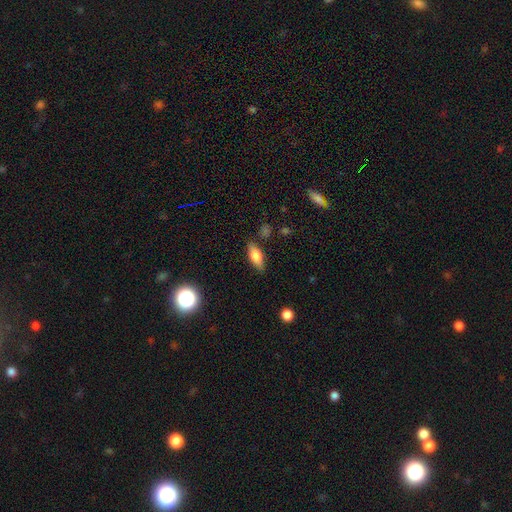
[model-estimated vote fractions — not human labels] smooth-or-featured: smooth: 70% | featured or disk: 22% | star or artifact: 8%
  how-rounded: in between: 72% | cigar-shaped: 24% | round: 4%
  merging: none: 83% | minor disturbance: 12% | major disturbance: 3% | merger: 2%